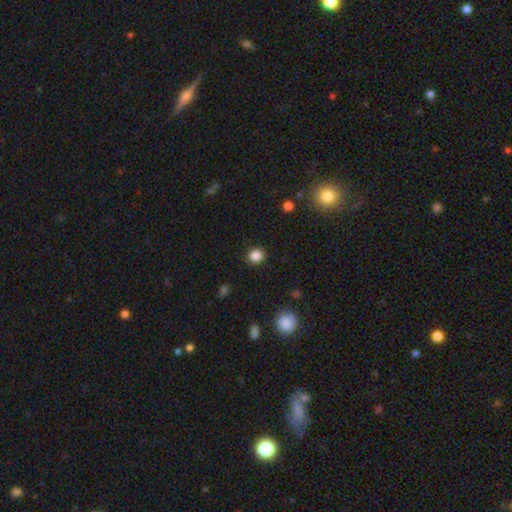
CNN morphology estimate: Q: Smooth or featured?
A: smooth (86%); runner-up: star or artifact (11%)
Q: How rounded?
A: round (80%); runner-up: in between (19%)
Q: Merging?
A: none (90%); runner-up: minor disturbance (7%)